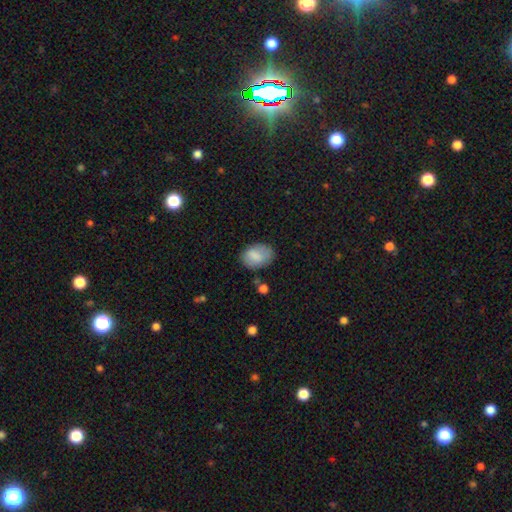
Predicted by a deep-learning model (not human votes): Smooth or featured? Predicted: smooth (p=0.81). How rounded? Predicted: in between (p=0.78). Merging? Predicted: none (p=0.68).